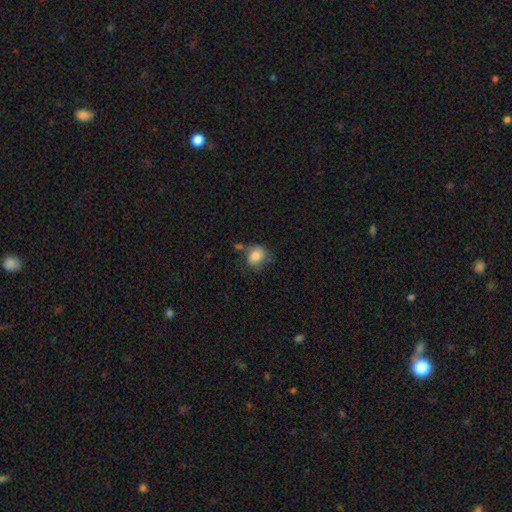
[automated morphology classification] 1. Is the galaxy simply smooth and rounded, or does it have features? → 81% smooth, 11% featured or disk, 8% star or artifact.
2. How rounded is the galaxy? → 72% round, 27% in between, 1% cigar-shaped.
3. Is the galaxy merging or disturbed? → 55% none, 23% minor disturbance, 13% merger, 9% major disturbance.